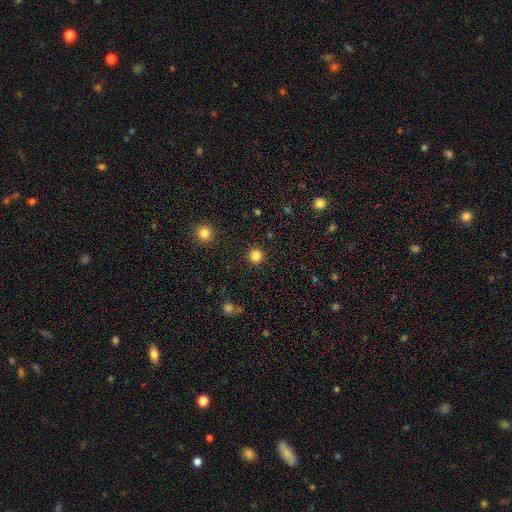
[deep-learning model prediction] smooth 84%, star or artifact 12%, featured or disk 3%. Down the decision tree: how rounded — round (96%); merging — none (92%).